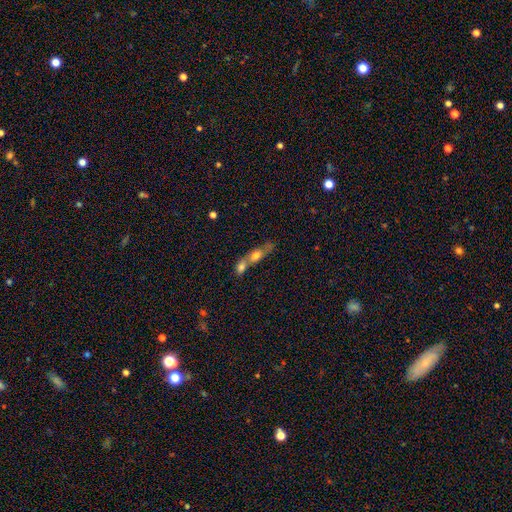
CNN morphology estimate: Smooth or featured: smooth — 61% (featured or disk — 29%)
How rounded: in between — 60% (cigar-shaped — 26%)
Merging: merger — 69% (none — 20%)